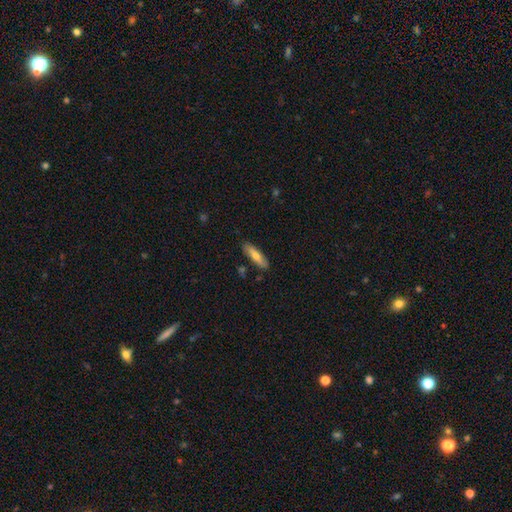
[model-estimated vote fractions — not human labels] Smooth or featured?
  - smooth: 64% *
  - featured or disk: 30%
  - star or artifact: 6%
How rounded?
  - cigar-shaped: 62% *
  - in between: 36%
  - round: 2%
Merging?
  - none: 85% *
  - minor disturbance: 11%
  - merger: 3%
  - major disturbance: 2%